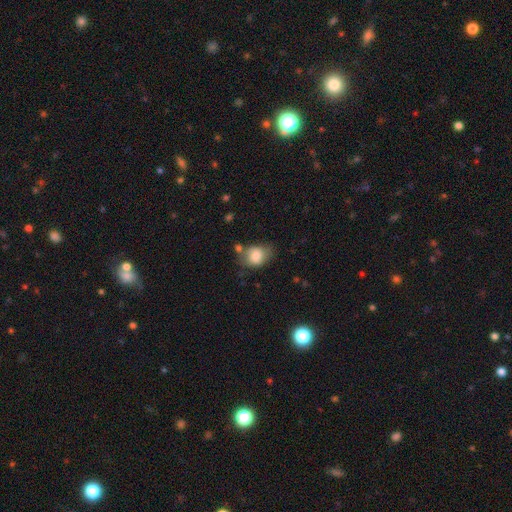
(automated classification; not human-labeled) This is likely a smooth galaxy (76%). How rounded: likely in between (61%). Merging: possibly none (53%).